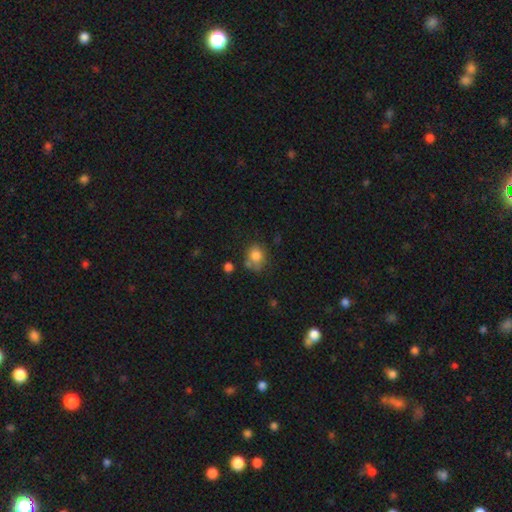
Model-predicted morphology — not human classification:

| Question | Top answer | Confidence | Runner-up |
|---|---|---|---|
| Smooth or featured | smooth | 80% | featured or disk (10%) |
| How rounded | round | 61% | in between (38%) |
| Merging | none | 56% | minor disturbance (23%) |